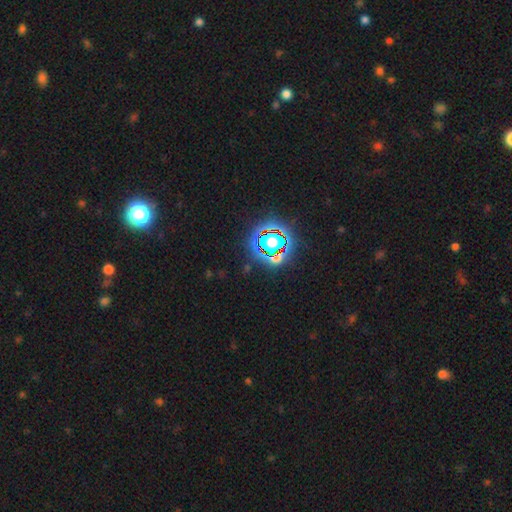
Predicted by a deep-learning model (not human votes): This is clearly a star or artifact rather than a galaxy (82%).